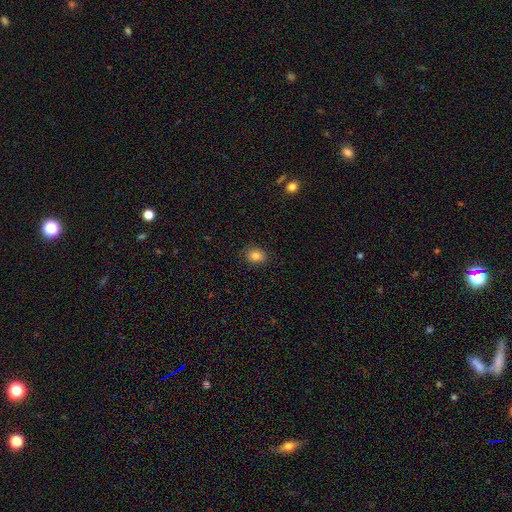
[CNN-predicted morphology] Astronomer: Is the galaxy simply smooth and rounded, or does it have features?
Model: smooth — 82%.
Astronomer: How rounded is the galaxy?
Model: round — 54% (runner-up: in between, 45%).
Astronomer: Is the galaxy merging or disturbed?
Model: none — 88%.